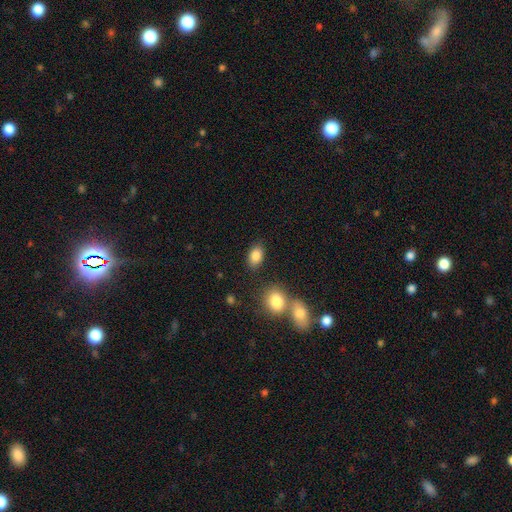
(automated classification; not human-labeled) Q: Smooth or featured?
A: smooth (84%); runner-up: star or artifact (9%)
Q: How rounded?
A: in between (87%); runner-up: round (11%)
Q: Merging?
A: none (80%); runner-up: minor disturbance (10%)